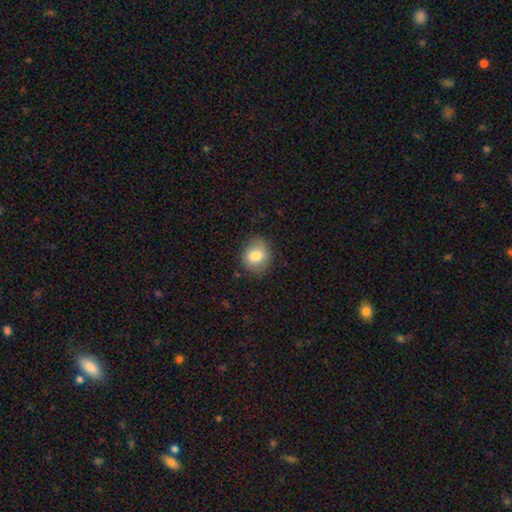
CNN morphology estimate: A smooth galaxy with no disk features (79%) that is round (63%).

Vote fractions:
- Smooth or featured? smooth: 79% / featured or disk: 12% / star or artifact: 9%
- How rounded? round: 63% / in between: 36% / cigar-shaped: 1%
- Merging? none: 82% / minor disturbance: 14% / major disturbance: 3% / merger: 1%